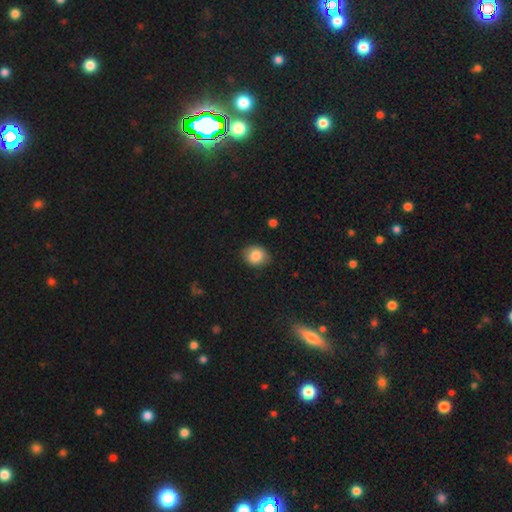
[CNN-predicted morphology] This is clearly a smooth galaxy (84%). How rounded: possibly round (57%). Merging: clearly none (83%).